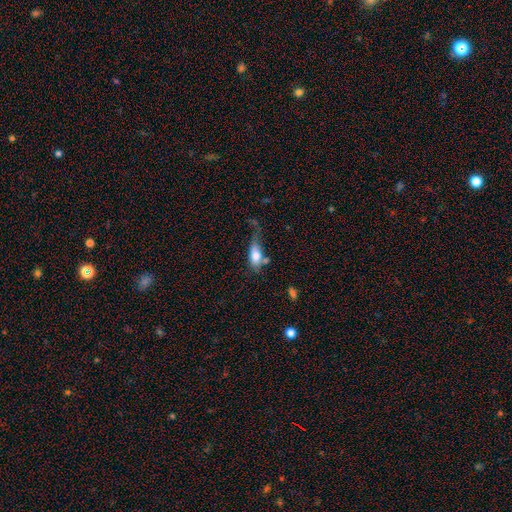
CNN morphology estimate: Smooth or featured? smooth (74%)
How rounded? in between (81%)
Merging? none (31%)